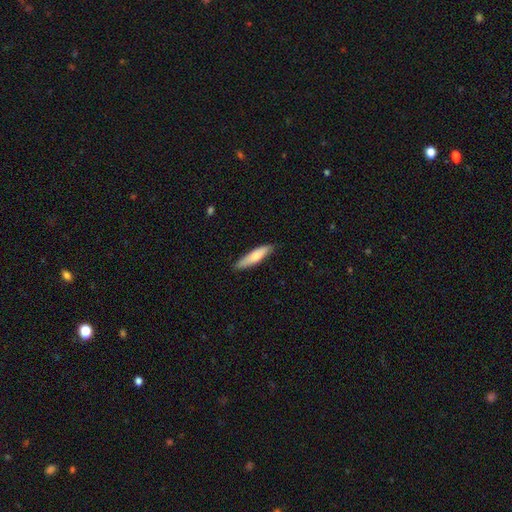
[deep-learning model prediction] A smooth galaxy with no disk features (72%) that is cigar-shaped (73%).

Vote fractions:
- Smooth or featured? smooth: 72% / featured or disk: 23% / star or artifact: 6%
- How rounded? cigar-shaped: 73% / in between: 26% / round: 2%
- Merging? none: 85% / minor disturbance: 12% / major disturbance: 2% / merger: 1%